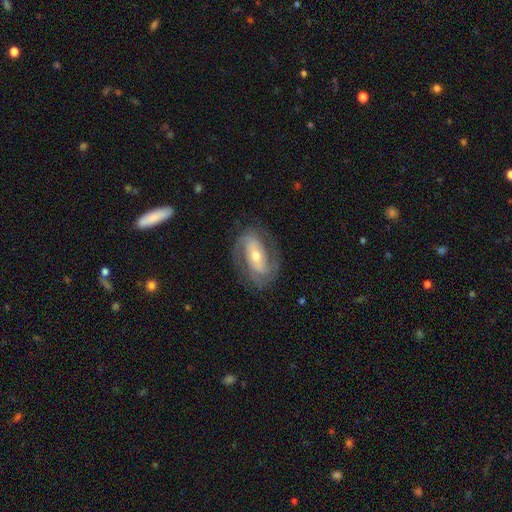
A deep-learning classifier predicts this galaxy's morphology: Q: Smooth or featured?
A: featured or disk (81%); runner-up: smooth (13%)
Q: Edge-on disk?
A: no (95%); runner-up: yes (5%)
Q: Bar?
A: strong (37%); runner-up: weak (33%)
Q: Spiral arms?
A: yes (90%); runner-up: no (10%)
Q: Spiral winding?
A: medium (43%); runner-up: tight (42%)
Q: Spiral arm count?
A: 2 (83%); runner-up: can't tell (9%)
Q: Bulge size?
A: moderate (56%); runner-up: small (38%)
Q: Merging?
A: none (78%); runner-up: minor disturbance (13%)